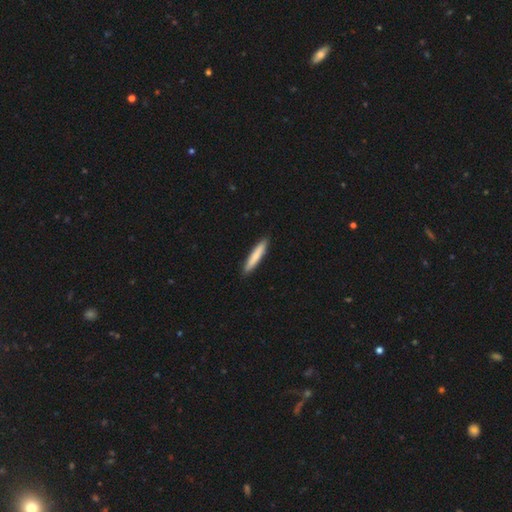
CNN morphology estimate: Smooth or featured?
  - smooth: 79% *
  - featured or disk: 16%
  - star or artifact: 5%
How rounded?
  - cigar-shaped: 93% *
  - in between: 6%
  - round: 1%
Merging?
  - none: 91% *
  - minor disturbance: 7%
  - major disturbance: 1%
  - merger: 1%